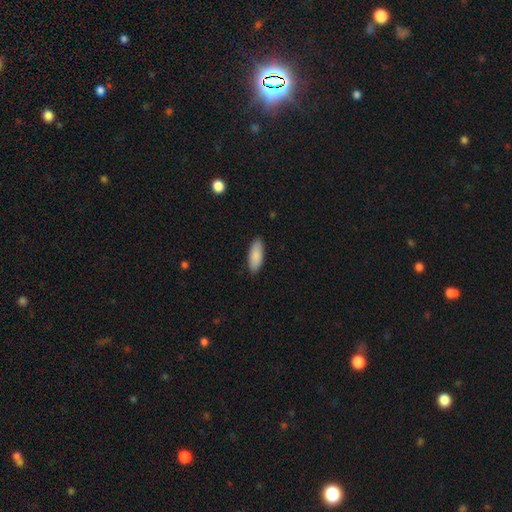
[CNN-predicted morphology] A smooth galaxy with no disk features (88%) that is in between round and cigar-shaped (79%).

Vote fractions:
- Smooth or featured? smooth: 88% / featured or disk: 6% / star or artifact: 6%
- How rounded? in between: 79% / cigar-shaped: 19% / round: 2%
- Merging? none: 88% / minor disturbance: 9% / major disturbance: 2% / merger: 1%